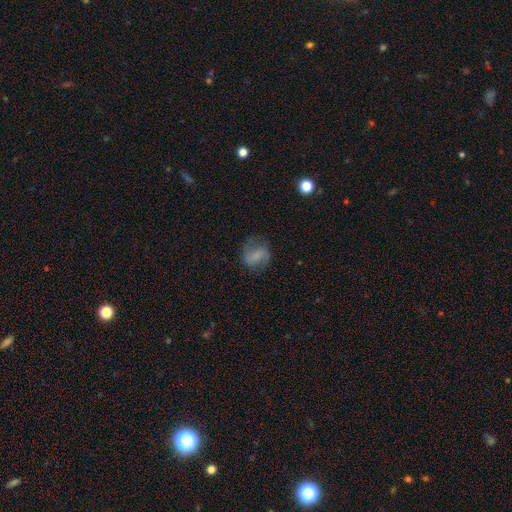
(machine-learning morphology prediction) Smooth or featured? Predicted: smooth (p=0.56). How rounded? Predicted: round (p=0.53). Merging? Predicted: none (p=0.67).